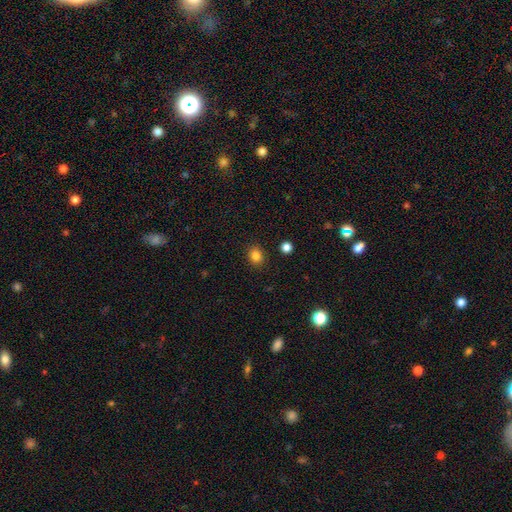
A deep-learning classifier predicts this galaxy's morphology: Overall: smooth (83%). How rounded: round (71%). Merging: none (90%).